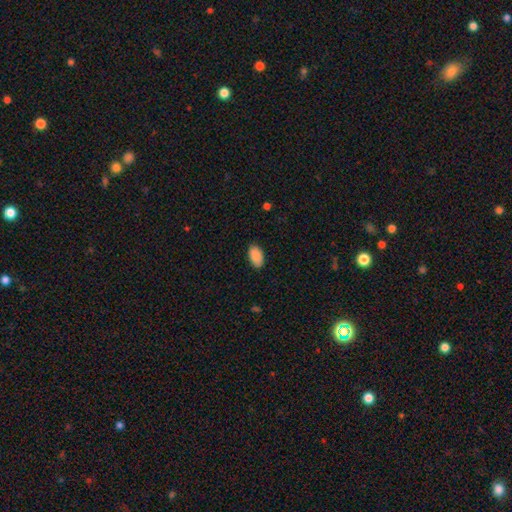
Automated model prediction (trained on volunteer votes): smooth-or-featured: smooth: 89% | star or artifact: 7% | featured or disk: 4%
  how-rounded: in between: 95% | round: 3% | cigar-shaped: 2%
  merging: none: 87% | minor disturbance: 10% | major disturbance: 2% | merger: 1%